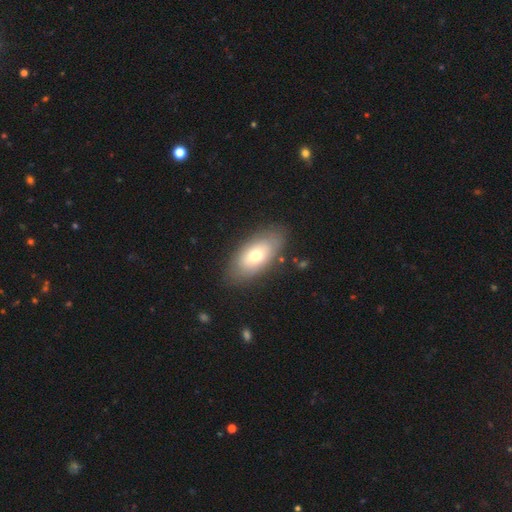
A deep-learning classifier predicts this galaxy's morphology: type=smooth (66%); roundness=in between (91%); merging=none (82%).